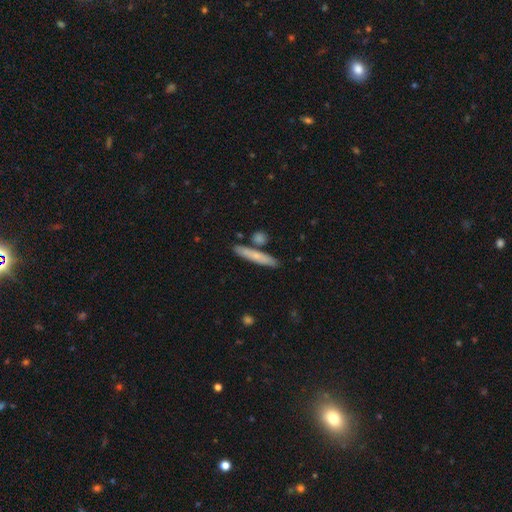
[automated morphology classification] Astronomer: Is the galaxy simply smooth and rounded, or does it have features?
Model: smooth — 67%.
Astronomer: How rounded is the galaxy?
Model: cigar-shaped — 89%.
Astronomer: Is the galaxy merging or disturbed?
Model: none — 78%.